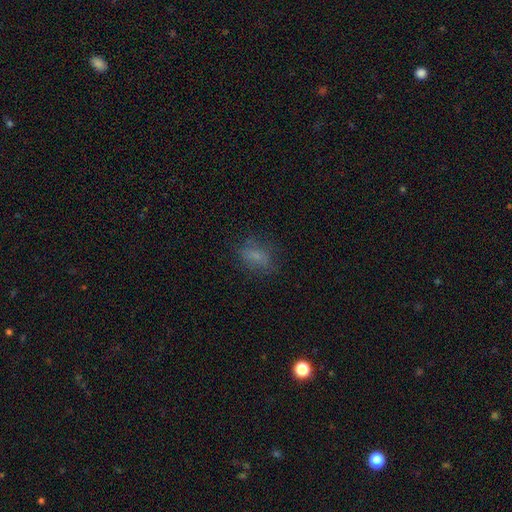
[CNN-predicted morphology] smooth 69%, star or artifact 16%, featured or disk 15%. Down the decision tree: how rounded — in between (72%); merging — none (70%).